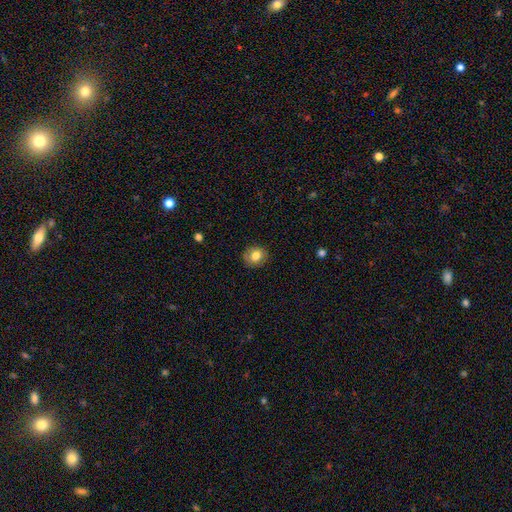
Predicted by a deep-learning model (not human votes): Smooth or featured?
  - smooth: 80% *
  - featured or disk: 11%
  - star or artifact: 9%
How rounded?
  - round: 74% *
  - in between: 25%
  - cigar-shaped: 1%
Merging?
  - none: 84% *
  - minor disturbance: 12%
  - major disturbance: 3%
  - merger: 1%